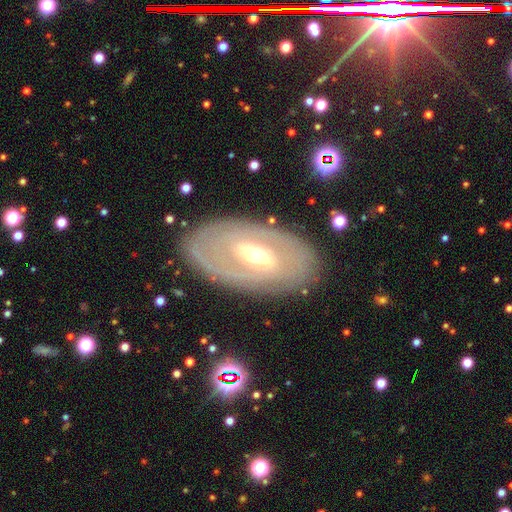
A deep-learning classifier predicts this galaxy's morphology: featured or disk 75%, smooth 19%, star or artifact 5%. Down the decision tree: edge-on disk — no (91%); bar — weak (38%); spiral arms — yes (52%); bulge size — moderate (63%); merging — none (82%).